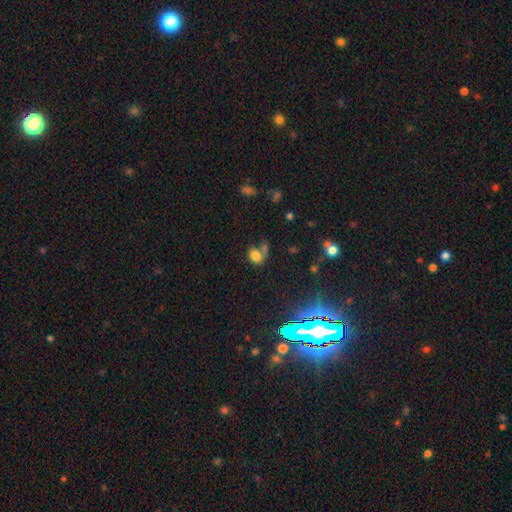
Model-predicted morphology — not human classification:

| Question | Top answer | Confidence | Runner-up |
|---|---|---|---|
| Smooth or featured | smooth | 73% | star or artifact (16%) |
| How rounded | in between | 54% | round (45%) |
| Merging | none | 39% | merger (35%) |